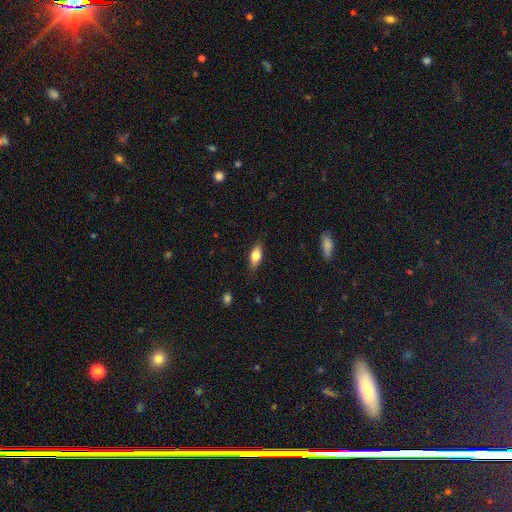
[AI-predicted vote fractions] A smooth galaxy with no disk features (71%) that is in between round and cigar-shaped (80%).

Vote fractions:
- Smooth or featured? smooth: 71% / featured or disk: 22% / star or artifact: 7%
- How rounded? in between: 80% / cigar-shaped: 15% / round: 5%
- Merging? none: 83% / minor disturbance: 13% / major disturbance: 3% / merger: 1%